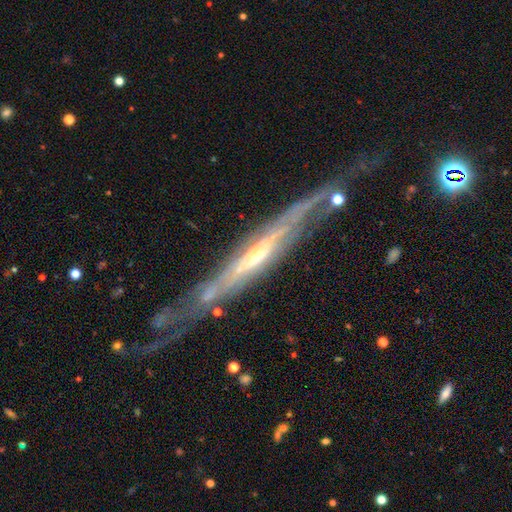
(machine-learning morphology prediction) This appears to be a featured or disk galaxy (86%) viewed edge-on (69%) with a rounded central bulge (53%). Merging: none (60%).